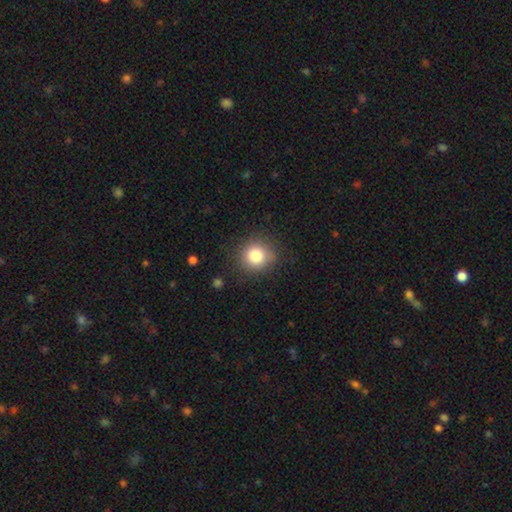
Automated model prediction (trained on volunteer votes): This appears to be a smooth galaxy with no disk features (82%) that is round (88%). Merging: none (85%).